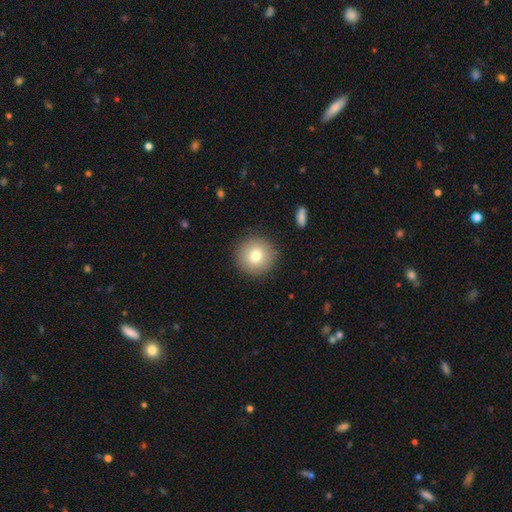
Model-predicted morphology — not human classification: Smooth or featured? smooth (78%)
How rounded? round (95%)
Merging? none (90%)